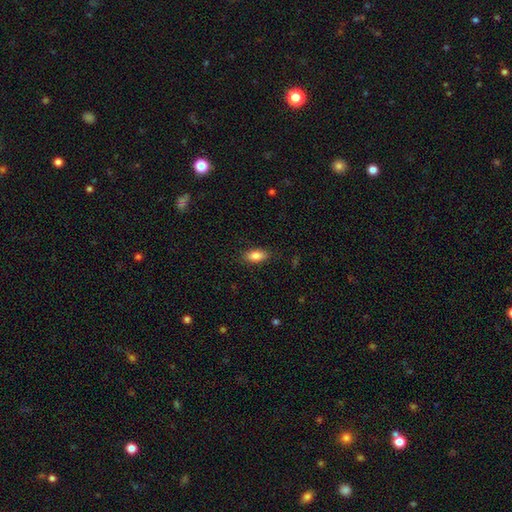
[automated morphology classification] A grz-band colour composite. It shows a smooth galaxy with no disk features (84%) that is in between round and cigar-shaped (87%). Merging: none (85%).